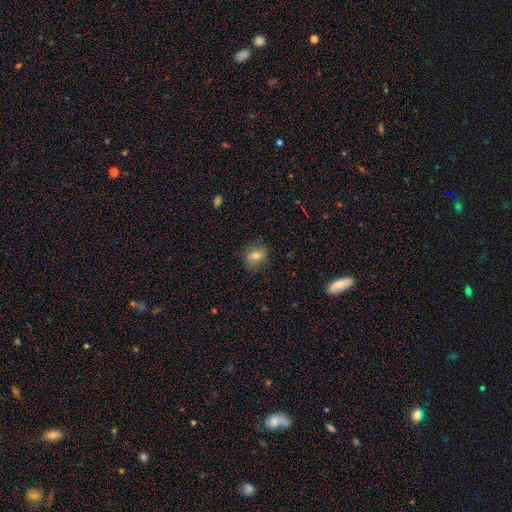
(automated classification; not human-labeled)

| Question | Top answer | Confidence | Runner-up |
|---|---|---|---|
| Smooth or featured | smooth | 73% | featured or disk (17%) |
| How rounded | round | 56% | in between (42%) |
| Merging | none | 80% | minor disturbance (15%) |